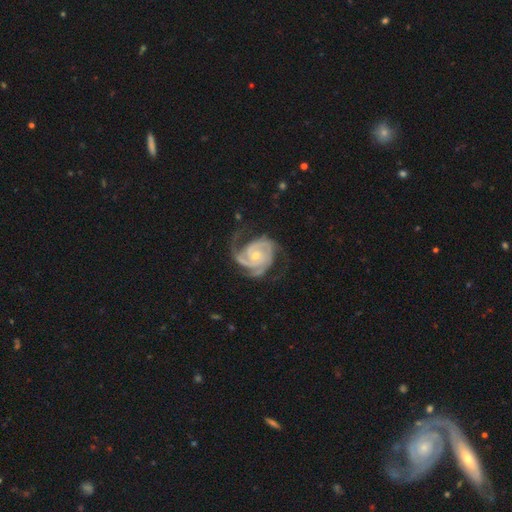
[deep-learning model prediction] This is clearly a featured or disk galaxy (94%). It is clearly not viewed edge-on (98%). Bar: likely no (69%). Spiral arm pattern: clearly yes (99%). Spiral arm count: possibly 3 (58%). Spiral winding: likely tight (65%). Central bulge: possibly small (52%). Merging: likely none (63%).